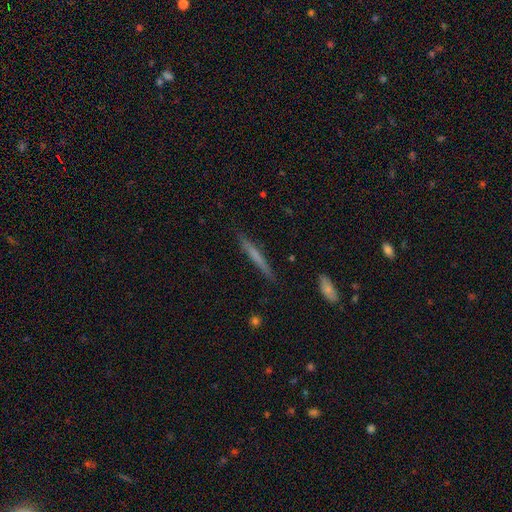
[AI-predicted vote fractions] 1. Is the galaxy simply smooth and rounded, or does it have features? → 56% smooth, 38% featured or disk, 6% star or artifact.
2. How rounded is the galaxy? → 96% cigar-shaped, 3% in between, 2% round.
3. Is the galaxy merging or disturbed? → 88% none, 9% minor disturbance, 2% major disturbance, 1% merger.